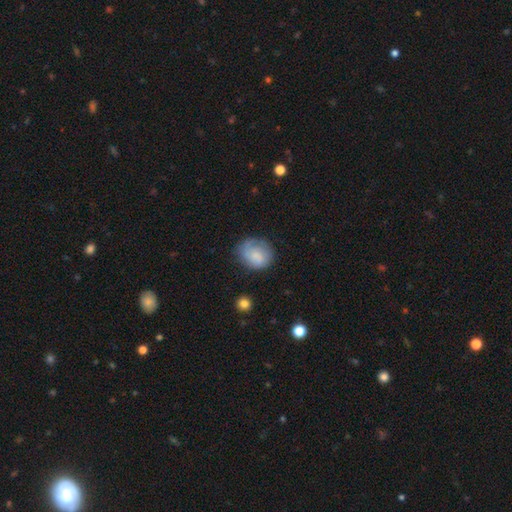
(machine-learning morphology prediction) This is likely a smooth galaxy (66%). How rounded: likely round (65%). Merging: likely none (61%).